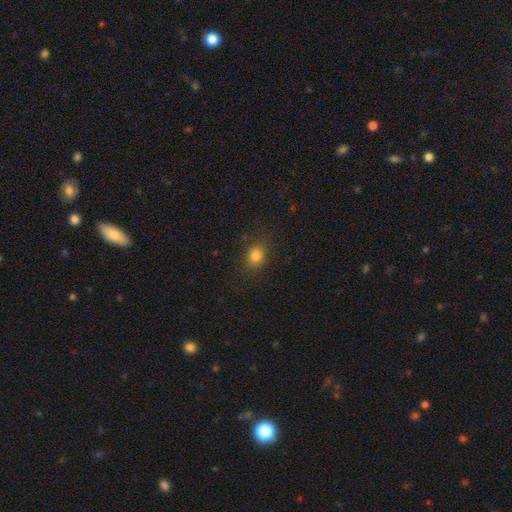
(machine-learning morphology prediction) The model was most divided on "how rounded": round: 50%, in between: 49%, cigar-shaped: 1%. More confident: merging — none (85%); smooth or featured — smooth (82%).